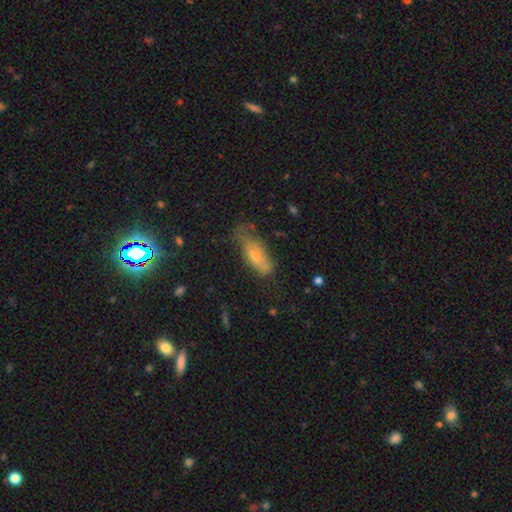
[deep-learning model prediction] Smooth or featured? smooth (65%)
How rounded? in between (69%)
Merging? none (41%)